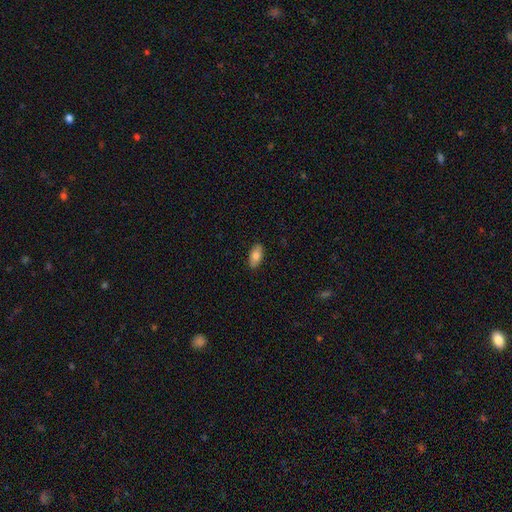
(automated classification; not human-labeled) A smooth galaxy with no disk features (79%) that is in between round and cigar-shaped (92%).

Vote fractions:
- Smooth or featured? smooth: 79% / featured or disk: 14% / star or artifact: 6%
- How rounded? in between: 92% / cigar-shaped: 5% / round: 3%
- Merging? none: 89% / minor disturbance: 9% / major disturbance: 2% / merger: 1%